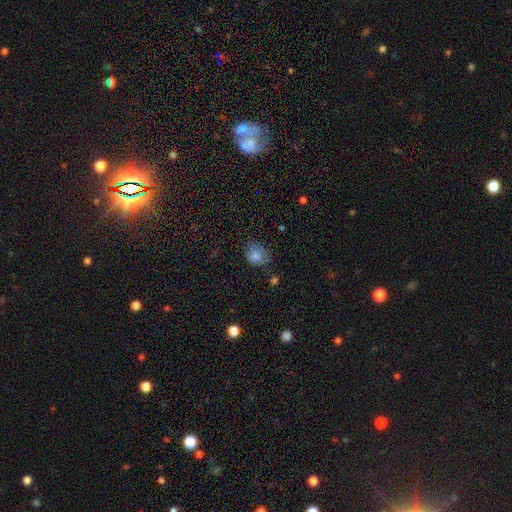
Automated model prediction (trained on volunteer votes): This appears to be a smooth galaxy with no disk features (75%) that is in between round and cigar-shaped (55%). Merging: none (55%).